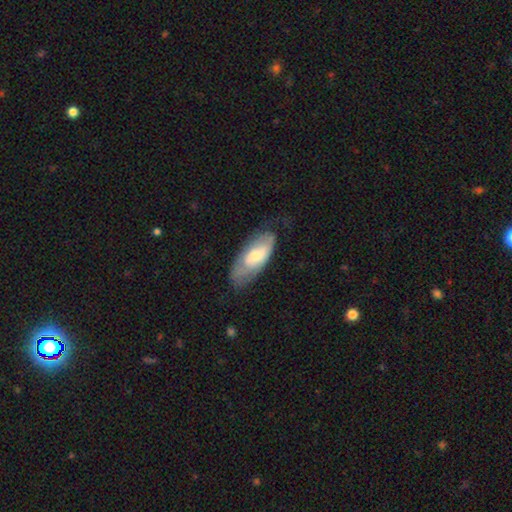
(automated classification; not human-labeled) Smooth or featured?
  - smooth: 50% *
  - featured or disk: 44%
  - star or artifact: 6%
How rounded?
  - in between: 83% *
  - cigar-shaped: 15%
  - round: 2%
Merging?
  - none: 57% *
  - minor disturbance: 29%
  - major disturbance: 12%
  - merger: 2%